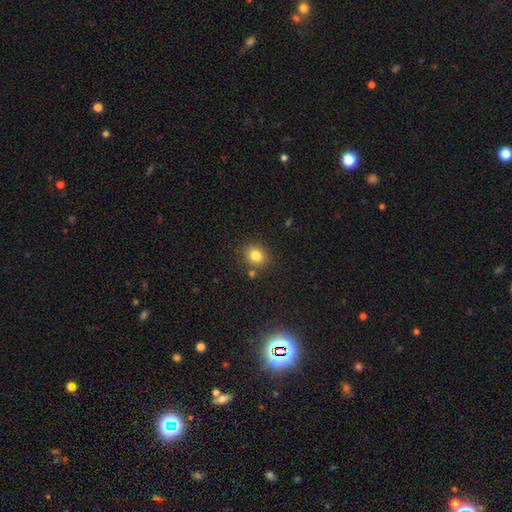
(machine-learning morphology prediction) smooth_or_featured: smooth (p=0.82) [alt: star or artifact p=0.12]
how_rounded: round (p=0.71) [alt: in between p=0.28]
merging: none (p=0.80) [alt: minor disturbance p=0.10]